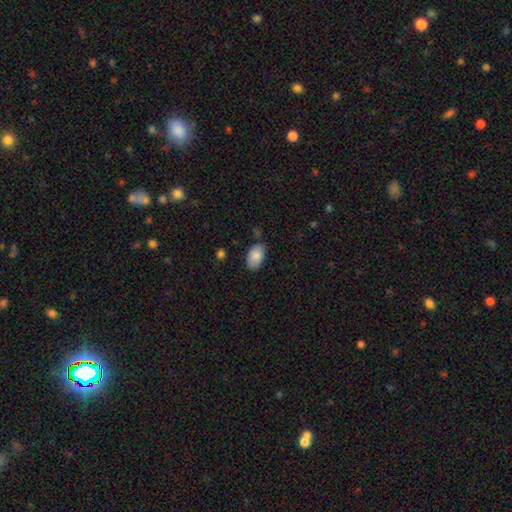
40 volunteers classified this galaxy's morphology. smooth 95%, featured or disk 2%, star or artifact 2%. Down the decision tree: how rounded — in between (100%); merging — none (72%).